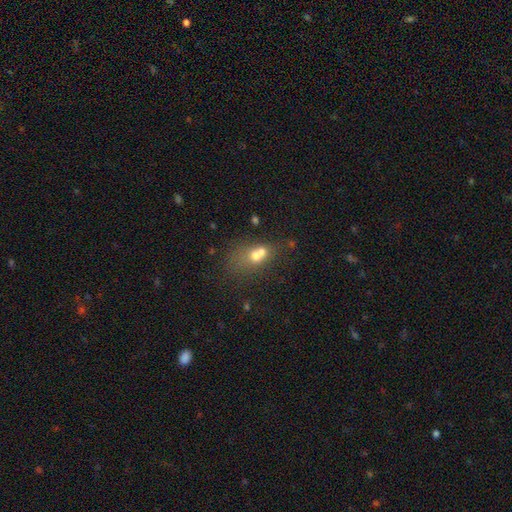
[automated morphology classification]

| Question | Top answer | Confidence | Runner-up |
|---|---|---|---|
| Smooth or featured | smooth | 60% | featured or disk (26%) |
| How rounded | in between | 49% | round (47%) |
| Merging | merger | 61% | none (24%) |